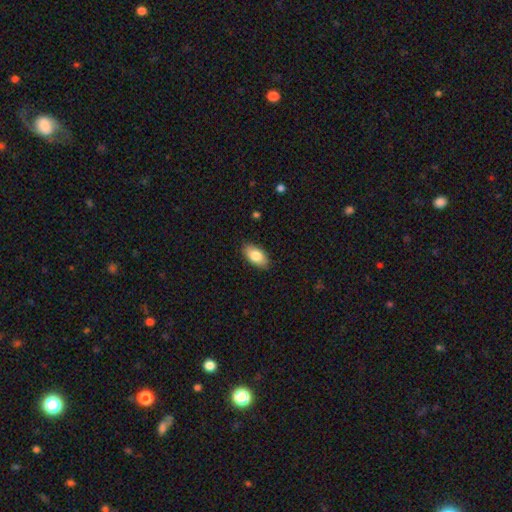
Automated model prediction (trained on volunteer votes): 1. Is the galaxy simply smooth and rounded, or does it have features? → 83% smooth, 10% featured or disk, 6% star or artifact.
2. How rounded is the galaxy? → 93% in between, 4% round, 3% cigar-shaped.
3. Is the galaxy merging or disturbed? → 87% none, 10% minor disturbance, 2% major disturbance, 1% merger.